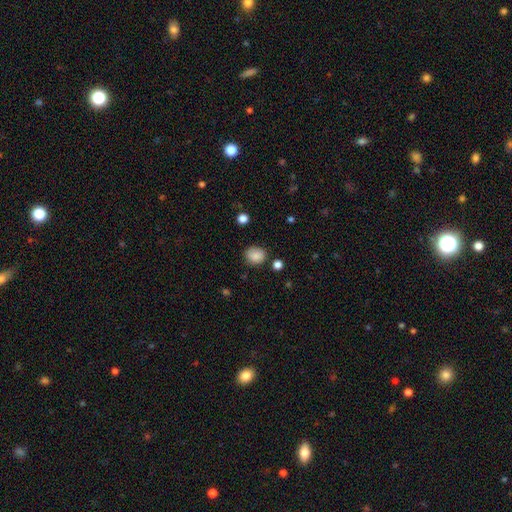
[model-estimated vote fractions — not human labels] A smooth galaxy with no disk features (87%) that is round (70%). Merging: none (78%).